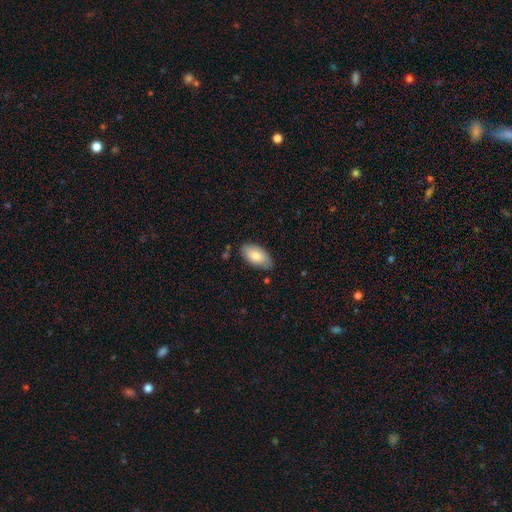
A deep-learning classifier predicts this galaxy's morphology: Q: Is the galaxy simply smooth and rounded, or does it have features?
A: smooth — 79%.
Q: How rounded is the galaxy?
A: in between — 95%.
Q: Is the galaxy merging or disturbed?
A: none — 77%.